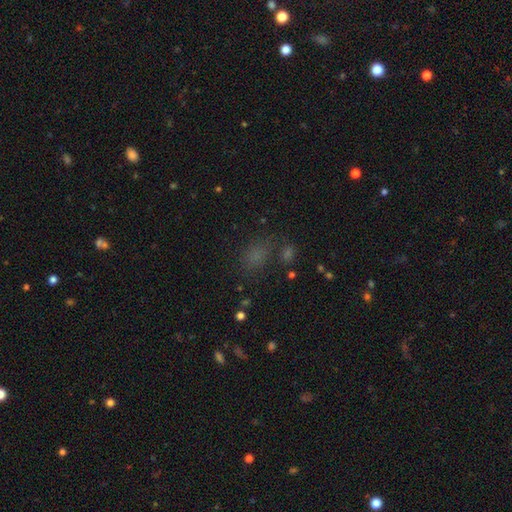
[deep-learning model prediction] A smooth galaxy with no disk features (65%) that is in between round and cigar-shaped (69%).

Vote fractions:
- Smooth or featured? smooth: 65% / star or artifact: 27% / featured or disk: 8%
- How rounded? in between: 69% / round: 28% / cigar-shaped: 3%
- Merging? none: 64% / minor disturbance: 18% / major disturbance: 12% / merger: 6%